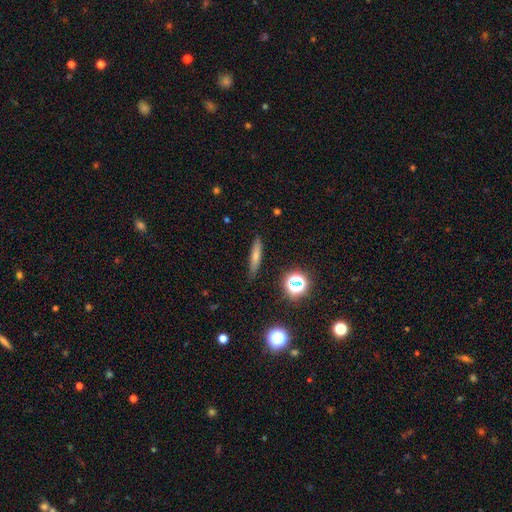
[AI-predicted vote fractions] Overall: smooth (65%). How rounded: cigar-shaped (82%). Merging: none (85%).